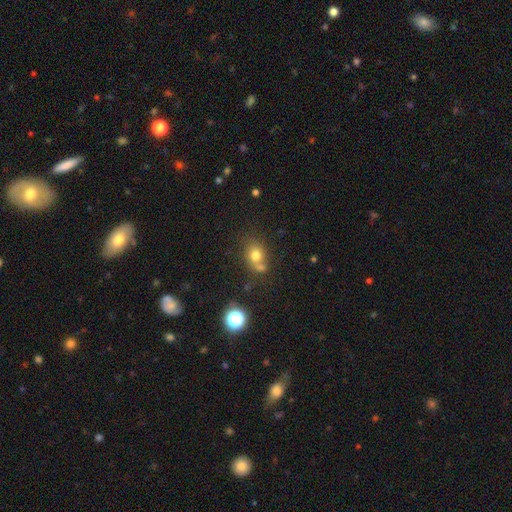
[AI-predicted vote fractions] Smooth or featured: smooth — 74% (star or artifact — 14%)
How rounded: round — 64% (in between — 35%)
Merging: none — 51% (merger — 32%)